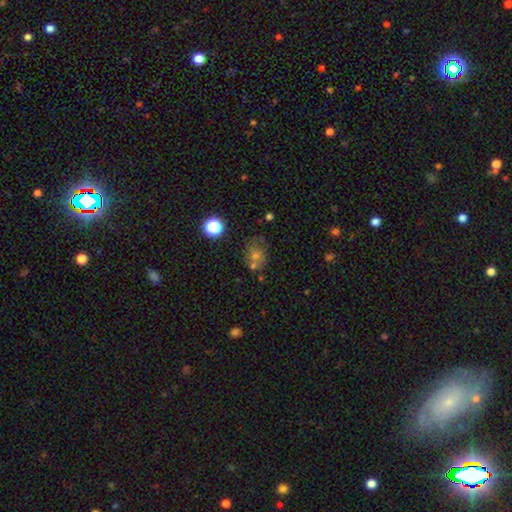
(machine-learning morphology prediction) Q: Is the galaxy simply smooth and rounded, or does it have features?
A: smooth — 56%.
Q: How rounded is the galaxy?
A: round — 59%.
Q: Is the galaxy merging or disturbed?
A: none — 55%.